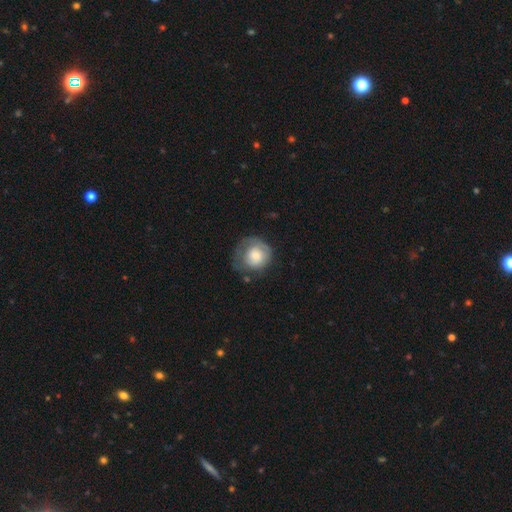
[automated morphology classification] Smooth or featured? smooth (64%)
How rounded? round (85%)
Merging? none (48%)